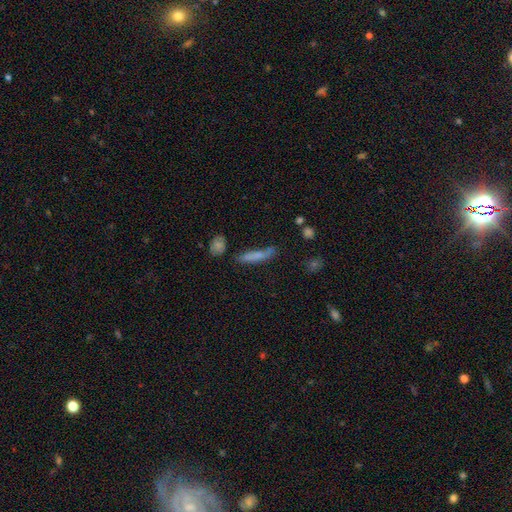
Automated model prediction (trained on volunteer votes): The model was most divided on "merging": none: 61%, minor disturbance: 23%, merger: 9%, major disturbance: 8%. More confident: how rounded — cigar-shaped (84%); smooth or featured — smooth (71%).